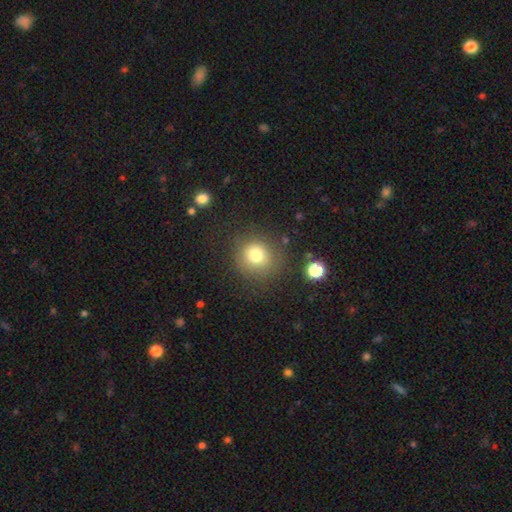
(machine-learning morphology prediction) This is likely a smooth galaxy (76%). How rounded: clearly round (85%). Merging: likely none (78%).